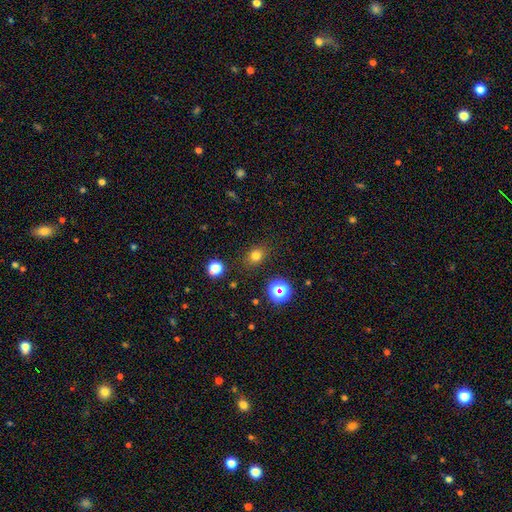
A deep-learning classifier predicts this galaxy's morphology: Smooth or featured? Predicted: smooth (p=0.74). How rounded? Predicted: round (p=0.66). Merging? Predicted: none (p=0.84).